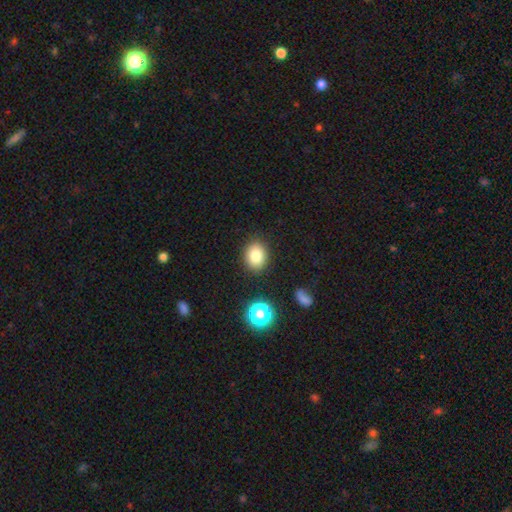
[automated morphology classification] Smooth or featured? smooth (84%)
How rounded? in between (52%)
Merging? none (86%)